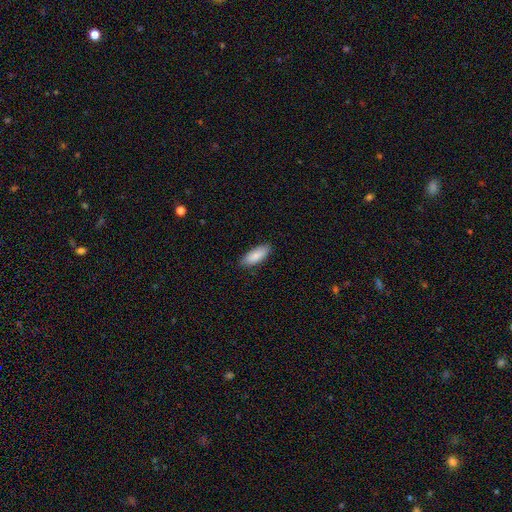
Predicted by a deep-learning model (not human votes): Smooth or featured: smooth — 86% (featured or disk — 9%)
How rounded: in between — 77% (cigar-shaped — 21%)
Merging: none — 87% (minor disturbance — 11%)